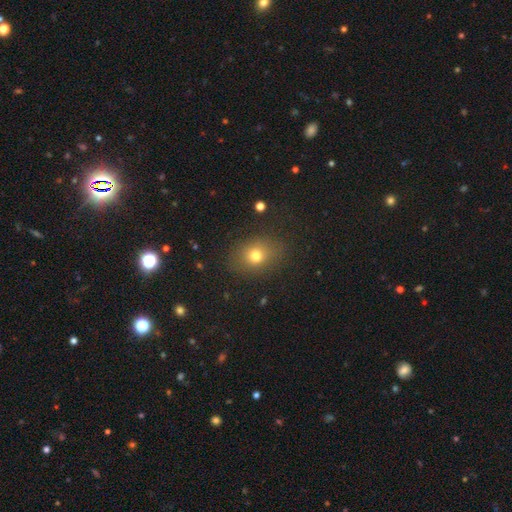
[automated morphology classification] The model was most divided on "how rounded": in between: 52%, round: 46%, cigar-shaped: 1%. More confident: merging — none (80%); smooth or featured — smooth (75%).